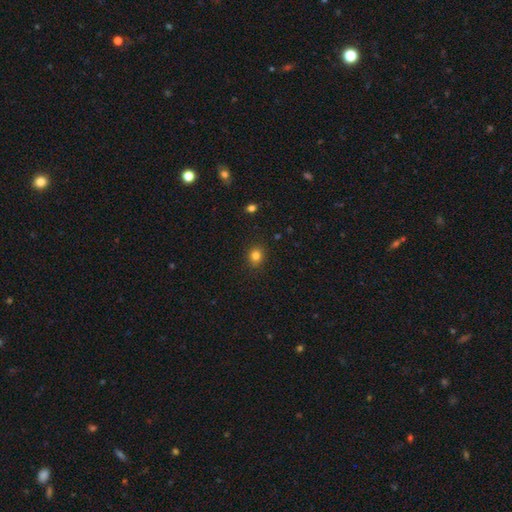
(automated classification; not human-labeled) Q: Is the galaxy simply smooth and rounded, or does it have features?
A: smooth — 81%.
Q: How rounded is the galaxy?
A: round — 79%.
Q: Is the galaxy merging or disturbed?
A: none — 89%.